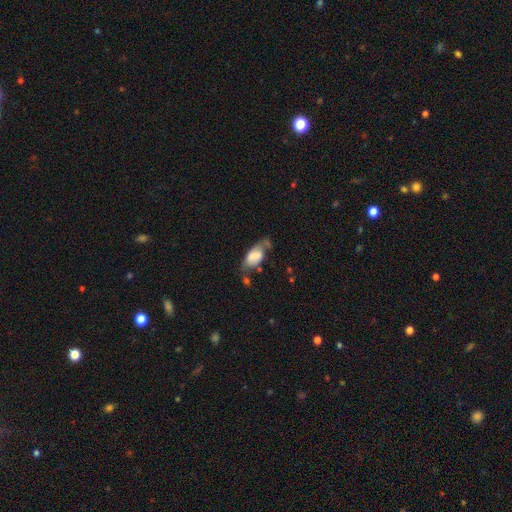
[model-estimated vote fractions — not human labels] This is likely a smooth galaxy (68%). How rounded: clearly in between (91%). Merging: marginally minor disturbance (32%).